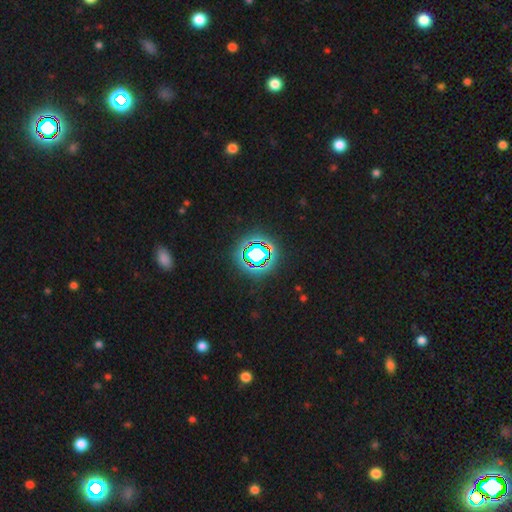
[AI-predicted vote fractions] star or artifact 70%, smooth 18%, featured or disk 12%.